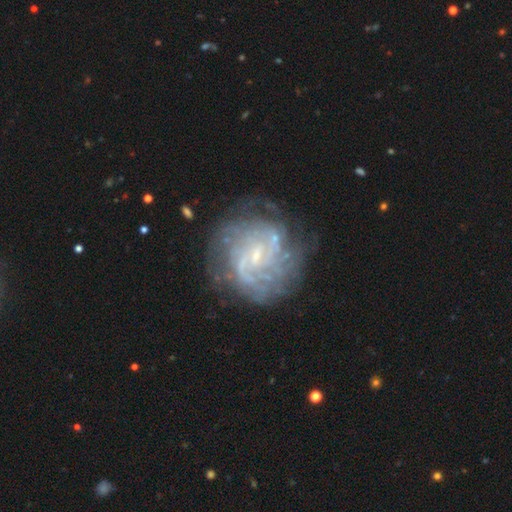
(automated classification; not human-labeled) featured or disk 80%, smooth 11%, star or artifact 9%. Down the decision tree: edge-on disk — no (98%); bar — weak (52%); spiral arms — yes (85%); spiral arm count — can't tell (48%); spiral winding — tight (56%); bulge size — small (69%); merging — none (67%).